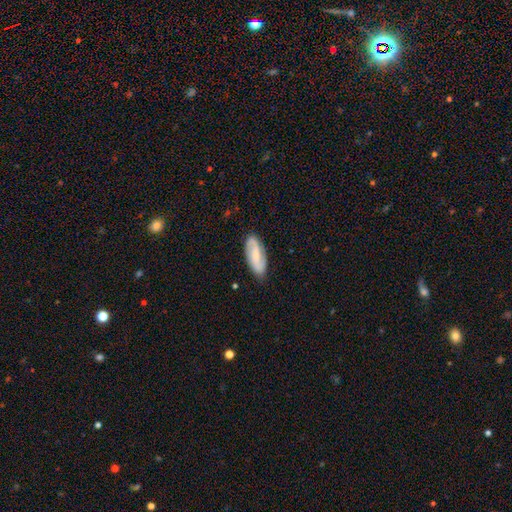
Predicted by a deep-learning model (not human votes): Smooth or featured: featured or disk — 59% (smooth — 35%)
Edge-on disk: no — 92% (yes — 8%)
Bar: weak — 43% (no — 36%)
Spiral arms: yes — 91% (no — 9%)
Spiral winding: medium — 39% (loose — 37%)
Spiral arm count: 2 — 87% (can't tell — 7%)
Bulge size: small — 57% (moderate — 25%)
Merging: none — 85% (minor disturbance — 12%)